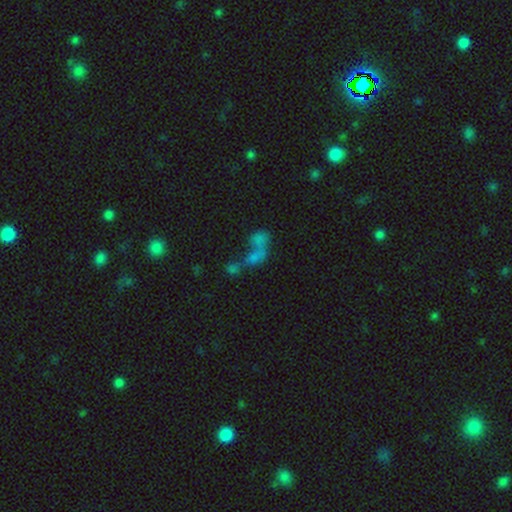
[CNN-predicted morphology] Overall: smooth (56%; featured or disk 25%). How rounded: in between (73%). Merging: merger (71%).